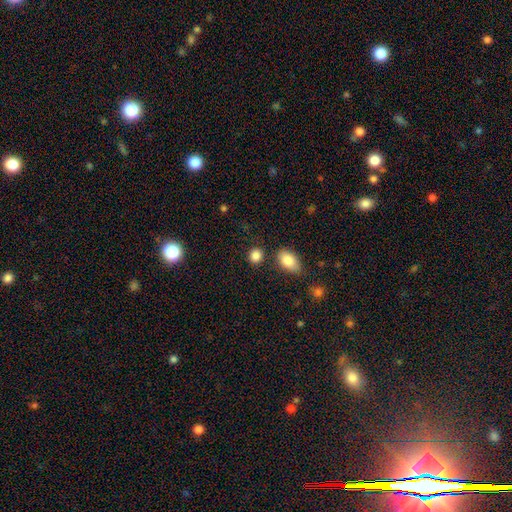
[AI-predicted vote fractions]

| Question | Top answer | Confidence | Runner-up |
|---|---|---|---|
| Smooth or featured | smooth | 86% | star or artifact (9%) |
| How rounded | round | 66% | in between (33%) |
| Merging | none | 79% | minor disturbance (10%) |